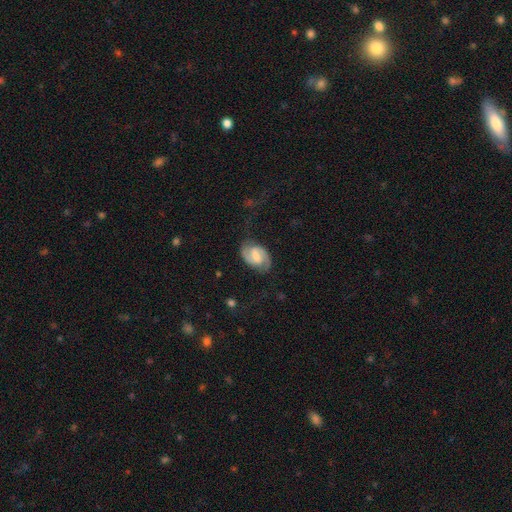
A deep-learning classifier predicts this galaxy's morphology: The model was most divided on "bulge size": moderate: 43%, small: 30%, none: 17%, large: 9%, dominant: 2%. More confident: edge-on disk — no (98%); spiral arms — yes (95%); spiral arm count — 2 (91%); smooth or featured — featured or disk (78%); merging — none (74%); bar — weak (54%); spiral winding — medium (52%).